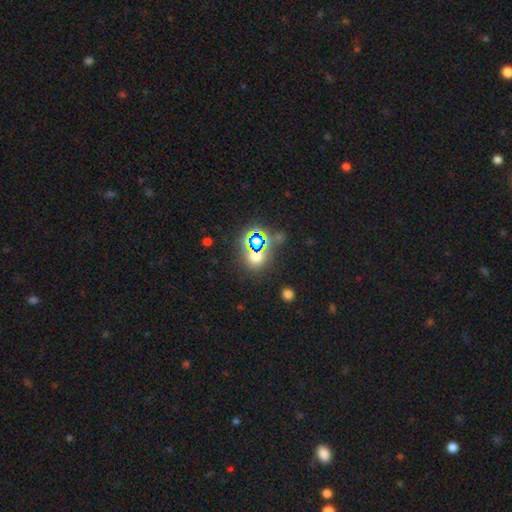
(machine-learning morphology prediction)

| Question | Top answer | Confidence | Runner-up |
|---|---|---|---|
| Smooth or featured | star or artifact | 63% | smooth (28%) |